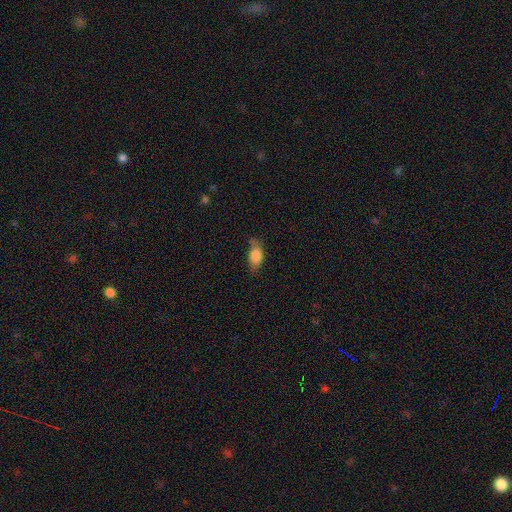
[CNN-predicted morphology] Overall: smooth (83%). How rounded: in between (87%). Merging: none (59%; minor disturbance 31%).